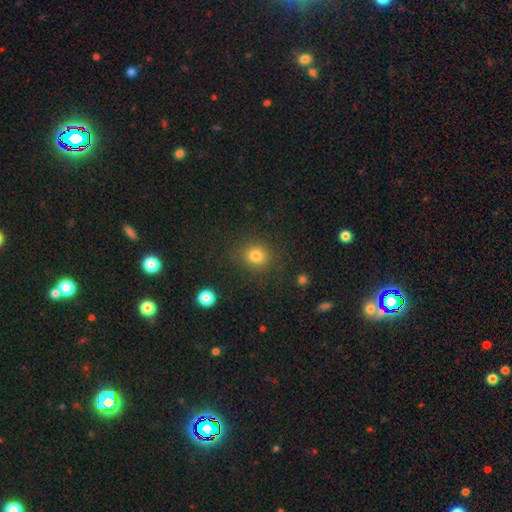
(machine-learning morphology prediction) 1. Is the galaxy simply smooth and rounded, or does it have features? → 82% smooth, 13% star or artifact, 6% featured or disk.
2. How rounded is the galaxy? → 81% round, 18% in between, 1% cigar-shaped.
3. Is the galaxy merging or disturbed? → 86% none, 9% minor disturbance, 3% major disturbance, 2% merger.